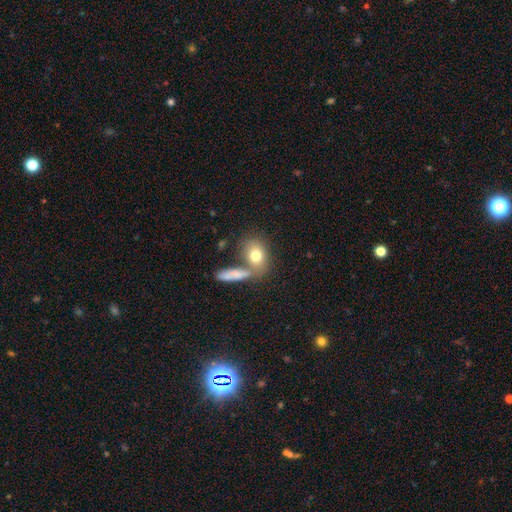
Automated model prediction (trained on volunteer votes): A smooth galaxy with no disk features (75%) that is in between round and cigar-shaped (64%).

Vote fractions:
- Smooth or featured? smooth: 75% / featured or disk: 17% / star or artifact: 8%
- How rounded? in between: 64% / round: 31% / cigar-shaped: 5%
- Merging? none: 52% / merger: 29% / minor disturbance: 13% / major disturbance: 6%